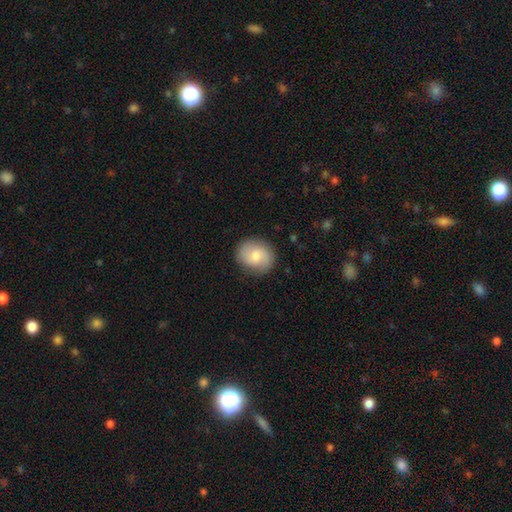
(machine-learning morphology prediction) Smooth or featured: smooth — 56% (featured or disk — 37%)
How rounded: round — 74% (in between — 25%)
Merging: none — 82% (minor disturbance — 13%)